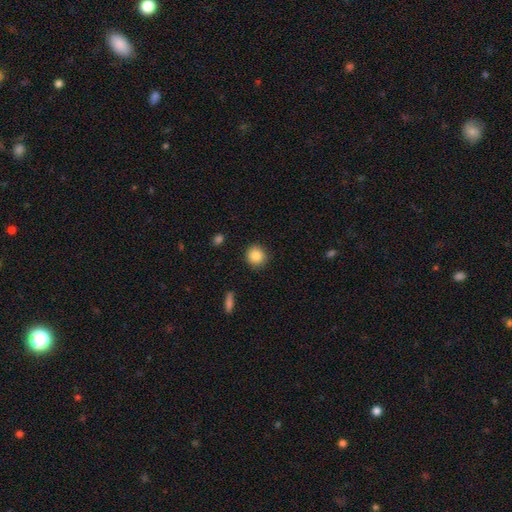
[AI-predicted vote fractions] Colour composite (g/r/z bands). It shows a smooth galaxy with no disk features (86%) that is round (90%). Merging: none (89%).